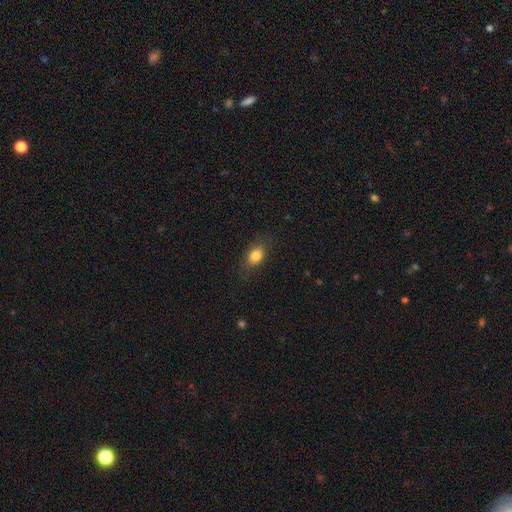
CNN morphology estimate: smooth 82%, featured or disk 9%, star or artifact 8%. Down the decision tree: how rounded — in between (81%); merging — none (81%).